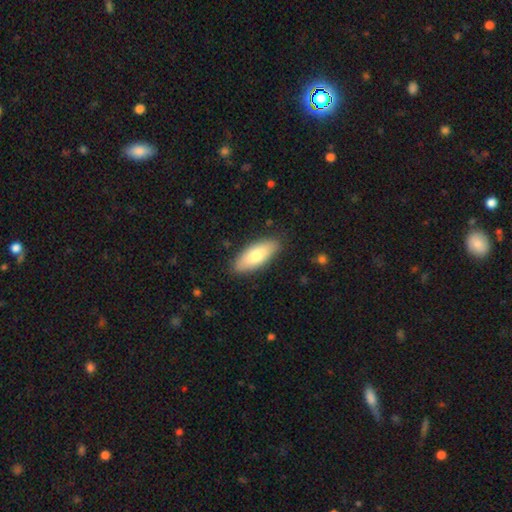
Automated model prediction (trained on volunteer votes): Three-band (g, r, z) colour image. It shows a smooth galaxy with no disk features (75%) that is in between round and cigar-shaped (78%). Merging: none (87%).